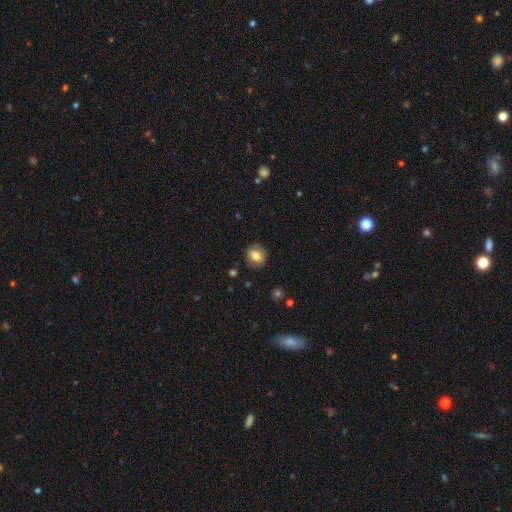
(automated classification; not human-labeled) Smooth or featured? smooth (74%)
How rounded? round (63%)
Merging? none (83%)